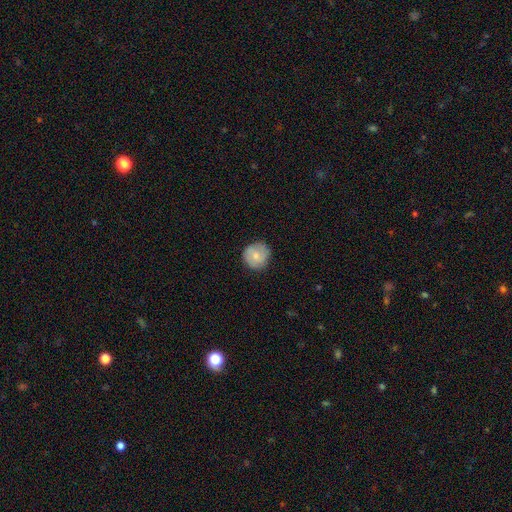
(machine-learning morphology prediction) This appears to be a smooth galaxy with no disk features (66%) that is round (92%). Merging: none (83%).